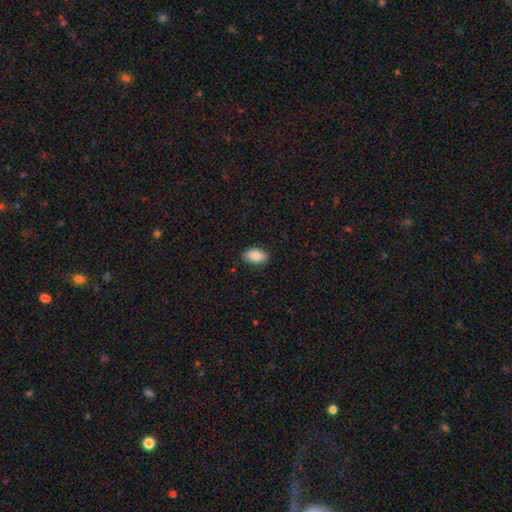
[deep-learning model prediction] Overall: smooth (83%). How rounded: in between (92%). Merging: none (87%).